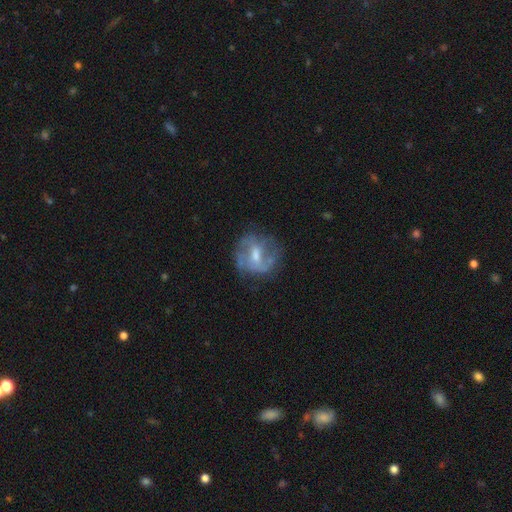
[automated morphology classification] Smooth or featured? featured or disk (71%)
Edge-on disk? no (97%)
Bar? weak (53%)
Spiral arms? yes (77%)
Spiral winding? medium (46%)
Spiral arm count? 2 (64%)
Bulge size? moderate (52%)
Merging? none (63%)